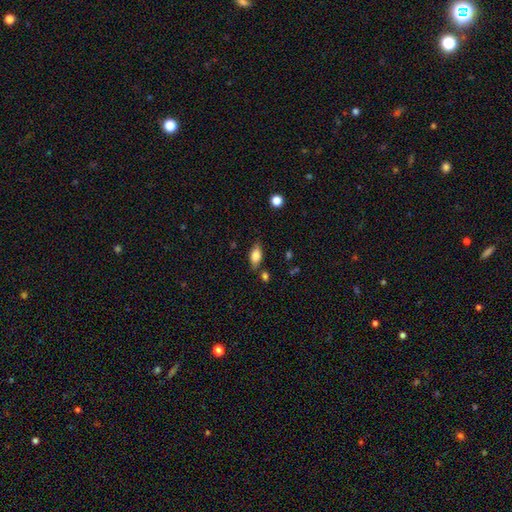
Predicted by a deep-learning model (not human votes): Morphology: type=smooth (73%); roundness=in between (84%); merging=none (75%).